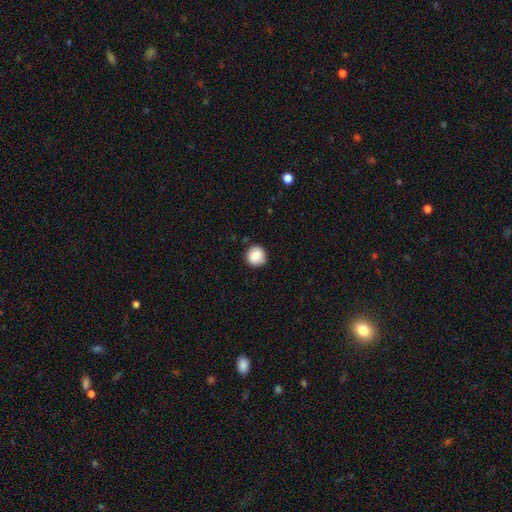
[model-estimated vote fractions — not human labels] A smooth galaxy with no disk features (85%) that is round (94%). Merging: none (86%).